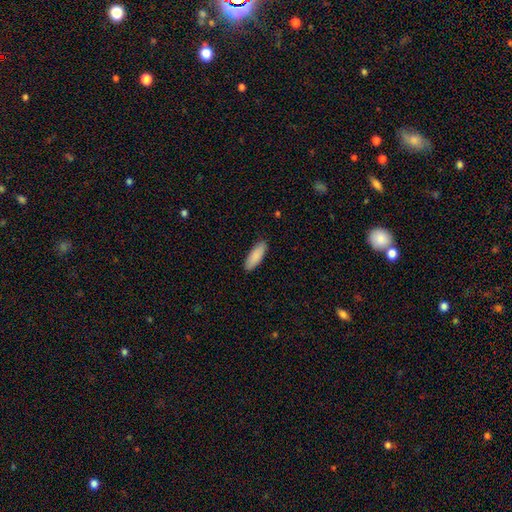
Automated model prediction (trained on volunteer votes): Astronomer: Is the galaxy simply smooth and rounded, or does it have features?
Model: smooth — 89%.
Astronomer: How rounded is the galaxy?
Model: in between — 65%.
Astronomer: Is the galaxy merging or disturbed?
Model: none — 89%.